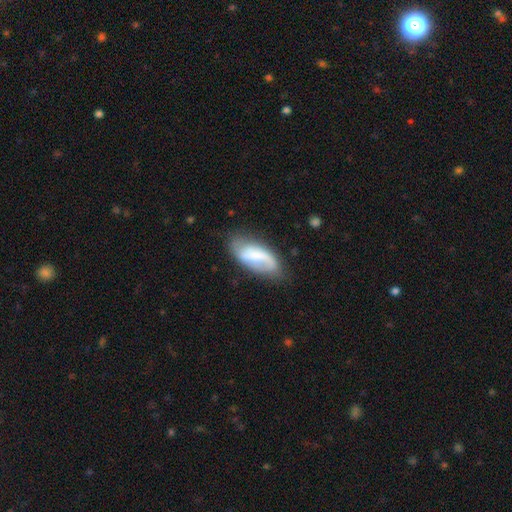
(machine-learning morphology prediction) This is possibly a featured or disk galaxy (49%). Merging: possibly none (58%).